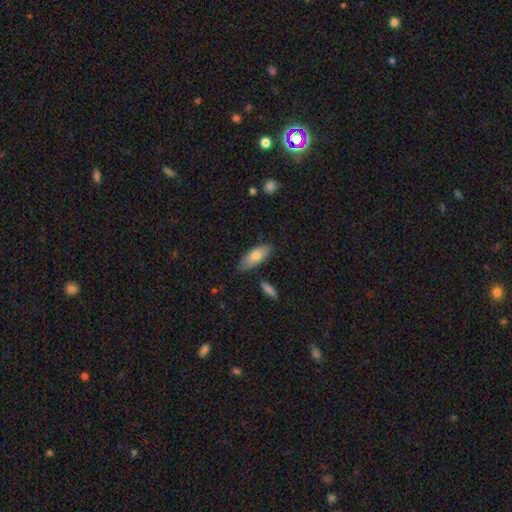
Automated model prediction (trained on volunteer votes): A smooth galaxy with no disk features (77%) that is in between round and cigar-shaped (83%).

Vote fractions:
- Smooth or featured? smooth: 77% / featured or disk: 17% / star or artifact: 6%
- How rounded? in between: 83% / cigar-shaped: 15% / round: 2%
- Merging? none: 77% / minor disturbance: 17% / merger: 3% / major disturbance: 3%